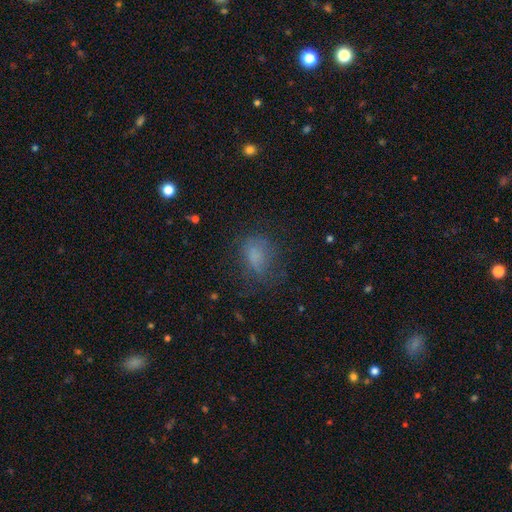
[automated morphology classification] Overall: smooth (67%). How rounded: in between (72%). Merging: none (53%; minor disturbance 23%).